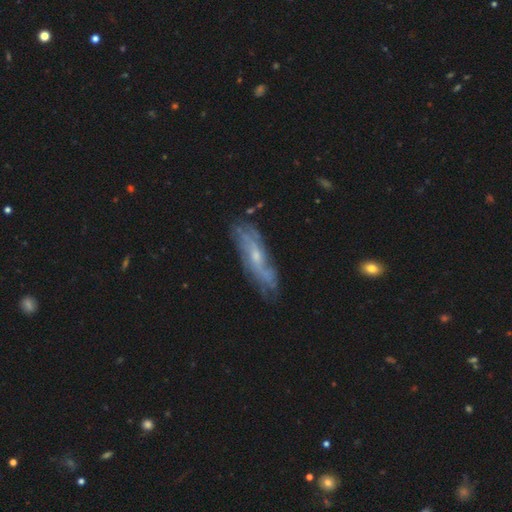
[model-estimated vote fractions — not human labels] Smooth or featured?
  - featured or disk: 72% *
  - smooth: 20%
  - star or artifact: 7%
Edge-on disk?
  - no: 69% *
  - yes: 31%
Merging?
  - none: 72% *
  - minor disturbance: 20%
  - major disturbance: 6%
  - merger: 2%